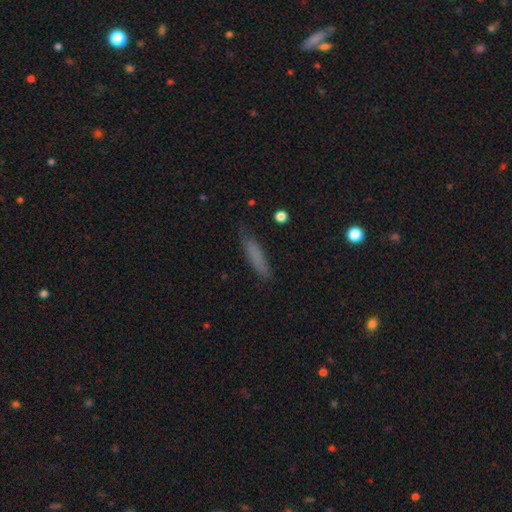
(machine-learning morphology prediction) This appears to be a smooth galaxy with no disk features (77%) that is cigar-shaped (83%). Merging: none (80%).